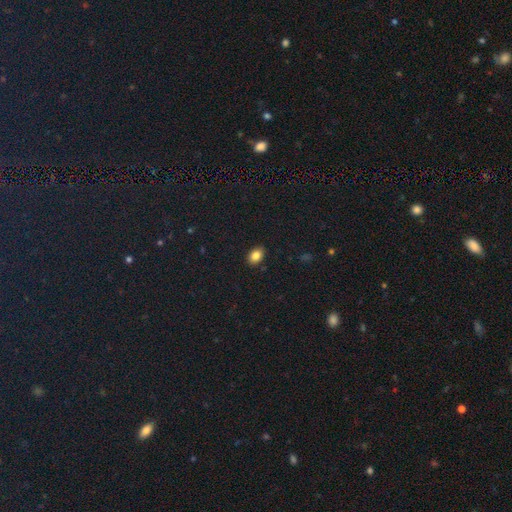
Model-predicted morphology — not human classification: smooth 85%, star or artifact 9%, featured or disk 6%. Down the decision tree: how rounded — in between (82%); merging — none (88%).